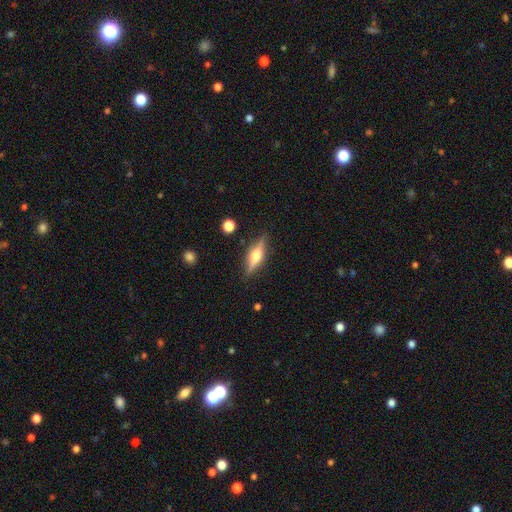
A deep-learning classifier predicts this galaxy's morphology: Smooth or featured? Predicted: featured or disk (p=0.68). Edge-on disk? Predicted: yes (p=0.96). Edge-on bulge? Predicted: rounded (p=0.92). Merging? Predicted: none (p=0.87).